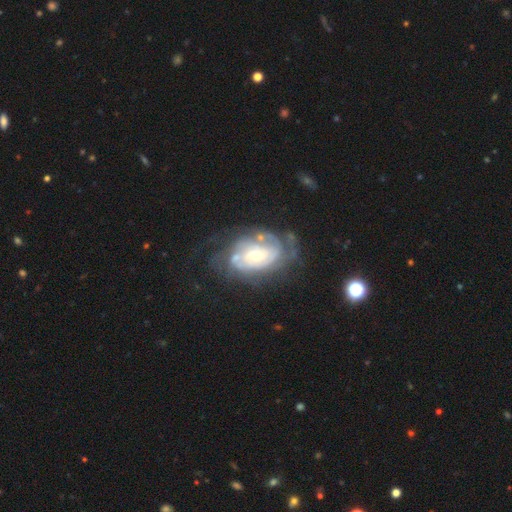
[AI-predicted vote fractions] This appears to be a featured or disk galaxy (80%) with no bar (67%), tight (61%) spiral arms (87%) and a small central bulge (46%). Merging: none (51%).